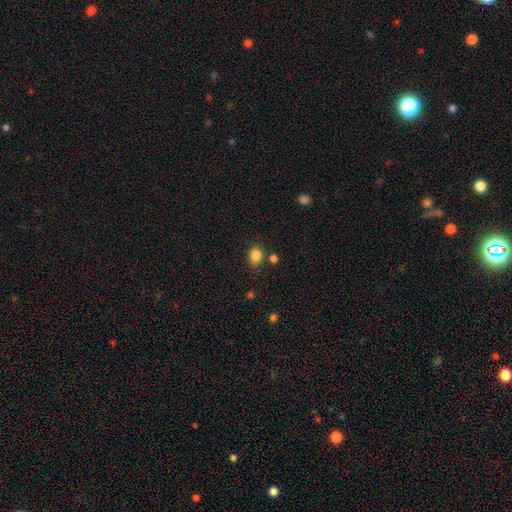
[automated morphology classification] This appears to be a smooth galaxy with no disk features (85%) that is in between round and cigar-shaped (61%). Merging: none (79%).